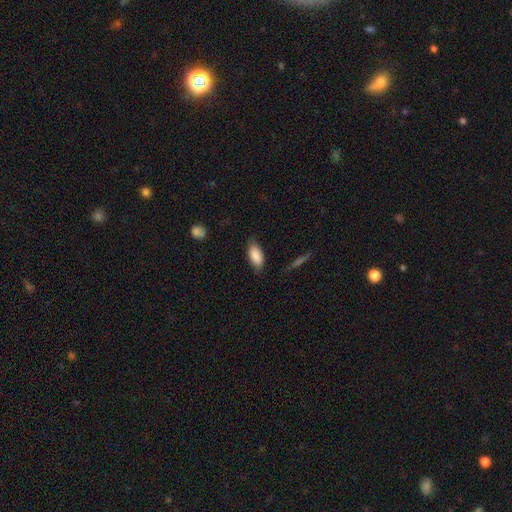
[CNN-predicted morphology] Smooth or featured? smooth (87%)
How rounded? in between (91%)
Merging? none (75%)